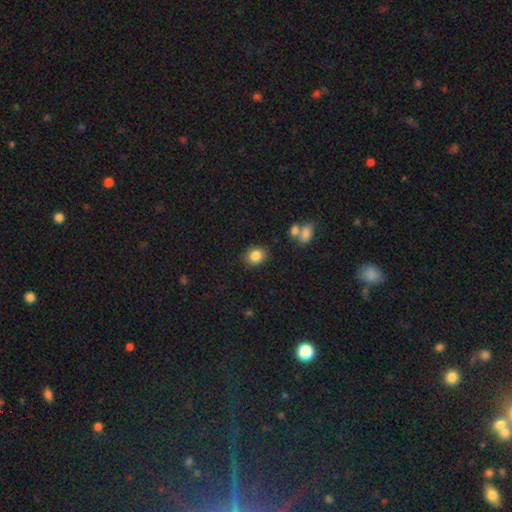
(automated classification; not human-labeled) Q: Smooth or featured?
A: smooth (85%); runner-up: star or artifact (9%)
Q: How rounded?
A: round (58%); runner-up: in between (41%)
Q: Merging?
A: none (84%); runner-up: minor disturbance (10%)